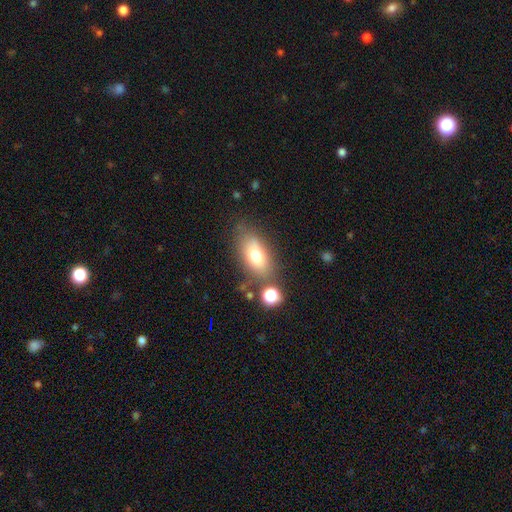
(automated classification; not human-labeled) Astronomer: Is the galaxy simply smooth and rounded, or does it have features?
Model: smooth — 72%.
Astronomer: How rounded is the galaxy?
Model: in between — 83%.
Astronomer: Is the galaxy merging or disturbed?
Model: none — 68%.